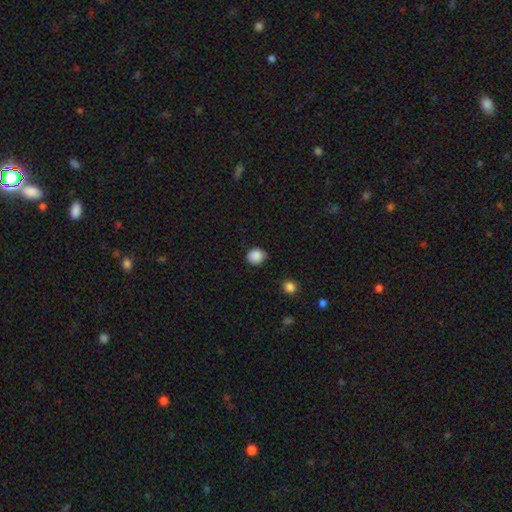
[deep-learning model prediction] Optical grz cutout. It shows a smooth galaxy with no disk features (88%) that is round (77%). Merging: none (82%).